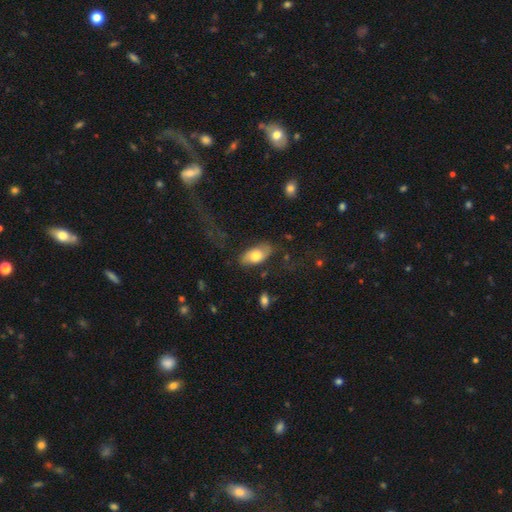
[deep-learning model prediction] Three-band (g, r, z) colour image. It shows a smooth galaxy with no disk features (67%) that is in between round and cigar-shaped (92%). Merging: none (71%).